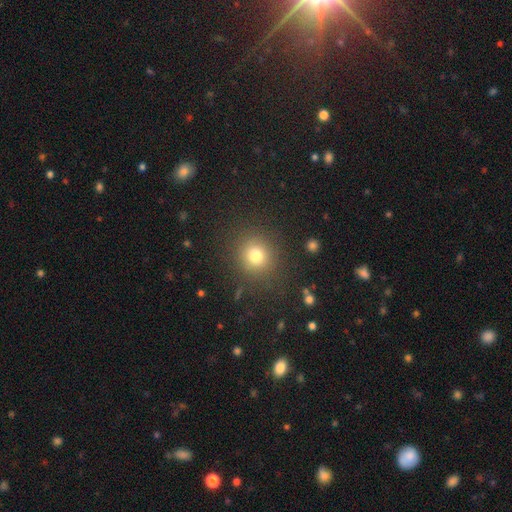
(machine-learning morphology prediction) This appears to be a smooth galaxy with no disk features (78%) that is round (88%). Merging: none (86%).